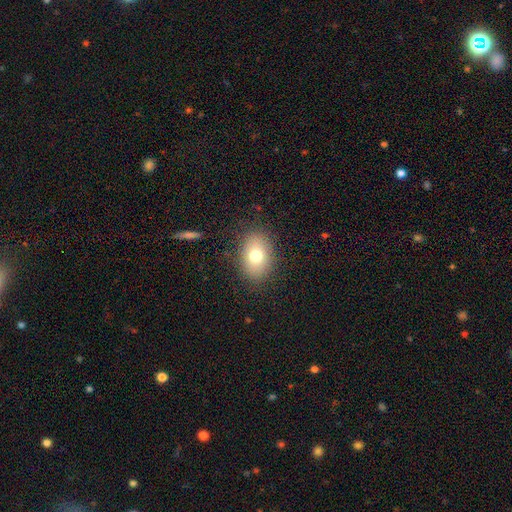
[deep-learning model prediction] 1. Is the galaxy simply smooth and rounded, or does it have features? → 74% smooth, 16% featured or disk, 10% star or artifact.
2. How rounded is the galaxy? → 77% in between, 22% round, 1% cigar-shaped.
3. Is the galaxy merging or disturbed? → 85% none, 10% minor disturbance, 4% major disturbance, 1% merger.